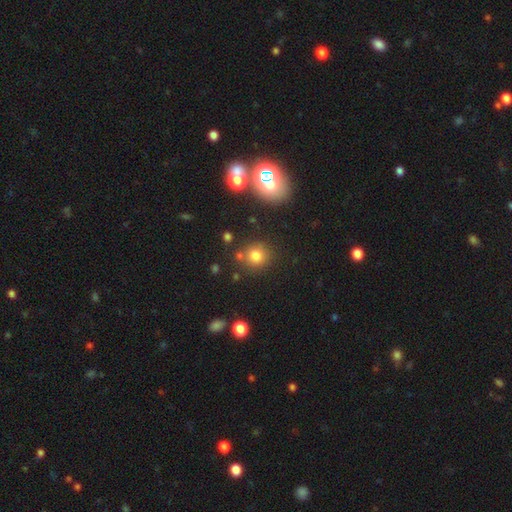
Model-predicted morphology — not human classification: The model was most divided on "smooth or featured": smooth: 77%, star or artifact: 16%, featured or disk: 7%. More confident: how rounded — round (88%); merging — none (78%).